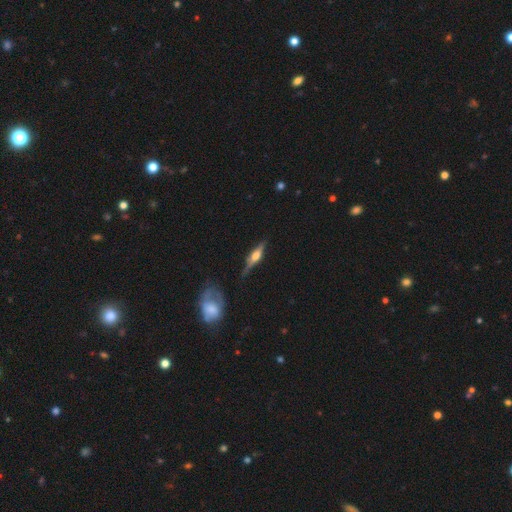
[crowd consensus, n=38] Morphology: type=featured or disk (87%); edge-on=yes (97%); edge-on bulge=rounded (94%); merging=none (55%).